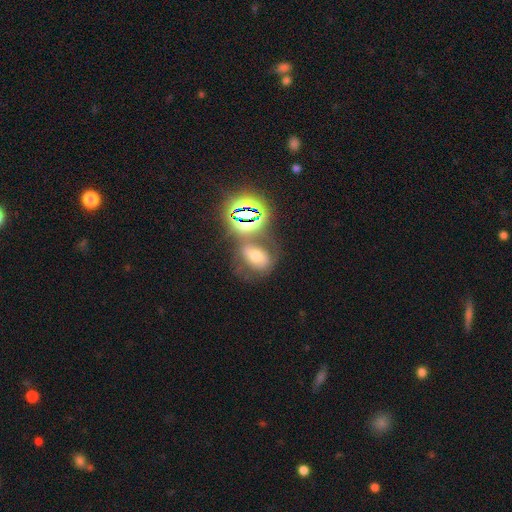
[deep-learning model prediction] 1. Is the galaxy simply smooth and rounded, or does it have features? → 41% smooth, 31% star or artifact, 28% featured or disk.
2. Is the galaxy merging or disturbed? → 50% none, 20% merger, 18% minor disturbance, 13% major disturbance.